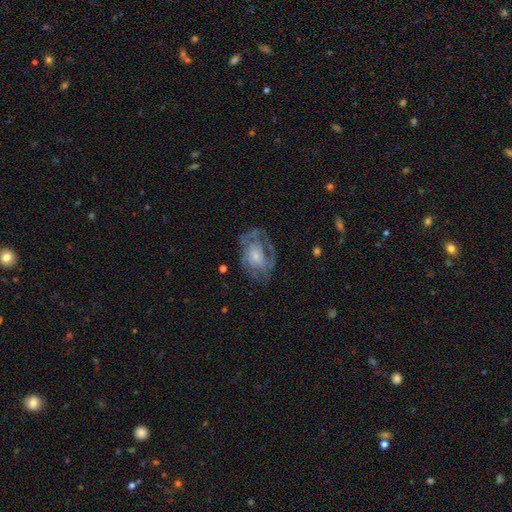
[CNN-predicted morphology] Overall: featured or disk (71%). Edge-on disk: no (97%). Bar: no (71%). Spiral arms: yes (74%). Spiral arm count: can't tell (44%; 2 25%). Spiral winding: tight (42%; medium 40%). Bulge size: small (63%). Merging: none (53%; major disturbance 24%).